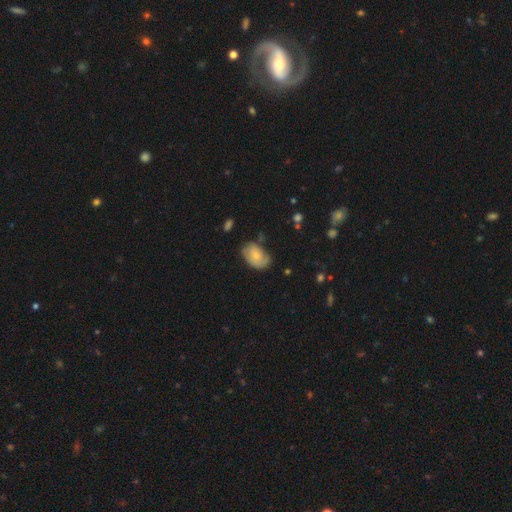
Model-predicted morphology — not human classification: This appears to be a smooth galaxy with no disk features (53%) that is in between round and cigar-shaped (84%). Merging: none (56%).